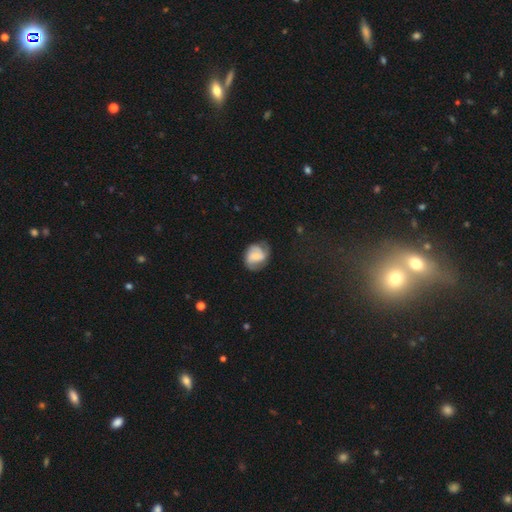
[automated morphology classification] A featured or disk galaxy (64%) with a weak bar (45%), 2 (56%) medium (45%) spiral arms (90%) and a small central bulge (39%). Merging: none (65%).